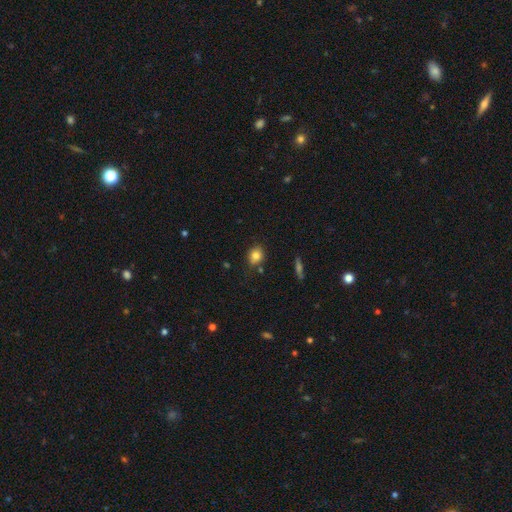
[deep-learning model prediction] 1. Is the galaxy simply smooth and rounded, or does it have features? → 81% smooth, 10% star or artifact, 9% featured or disk.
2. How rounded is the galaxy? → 63% round, 35% in between, 2% cigar-shaped.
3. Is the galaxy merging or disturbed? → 76% none, 16% minor disturbance, 5% merger, 3% major disturbance.